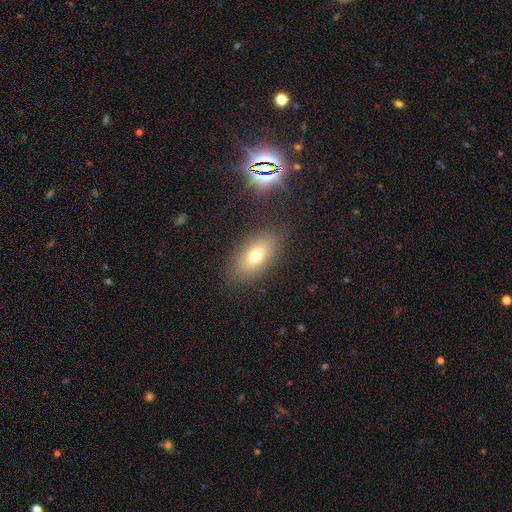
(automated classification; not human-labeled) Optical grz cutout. It shows a smooth galaxy with no disk features (71%) that is in between round and cigar-shaped (88%). Merging: none (83%).